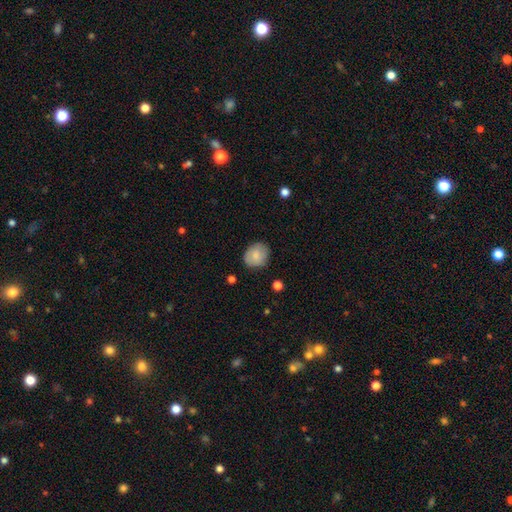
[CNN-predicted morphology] This appears to be a smooth galaxy with no disk features (81%) that is round (57%). Merging: none (79%).